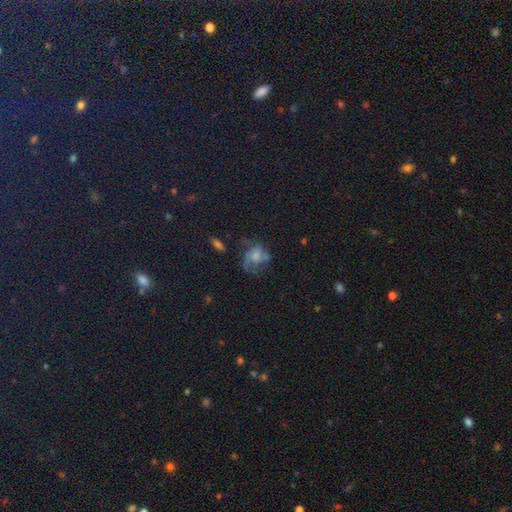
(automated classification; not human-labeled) This appears to be a featured or disk galaxy (45%). Merging: major disturbance (37%).